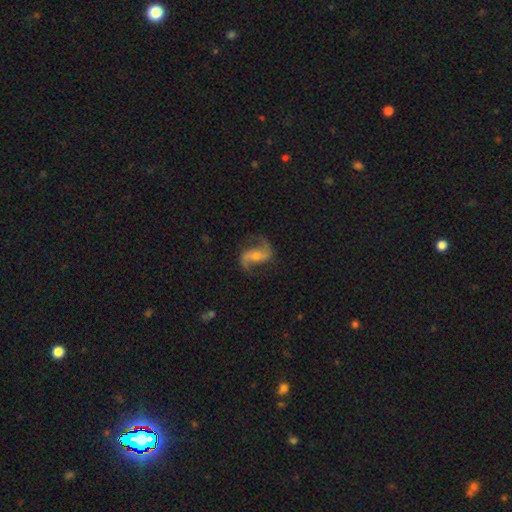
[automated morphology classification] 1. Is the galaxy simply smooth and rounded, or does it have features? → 84% featured or disk, 9% smooth, 6% star or artifact.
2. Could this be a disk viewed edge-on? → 97% no, 3% yes.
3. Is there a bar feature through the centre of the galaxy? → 40% weak, 31% no, 30% strong.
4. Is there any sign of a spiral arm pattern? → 96% yes, 4% no.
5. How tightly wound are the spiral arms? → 67% loose, 27% medium, 6% tight.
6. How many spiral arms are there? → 93% 2, 2% 1, 2% can't tell, 1% 3, 1% 4, 1% more than 4.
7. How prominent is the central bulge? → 45% small, 42% moderate, 7% none, 4% large, 1% dominant.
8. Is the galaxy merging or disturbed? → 77% none, 14% minor disturbance, 8% major disturbance, 2% merger.